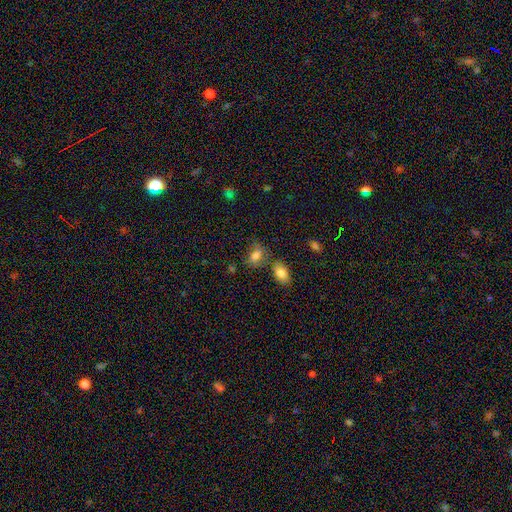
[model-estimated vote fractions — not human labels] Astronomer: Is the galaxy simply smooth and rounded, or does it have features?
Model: smooth — 78%.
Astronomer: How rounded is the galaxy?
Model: in between — 84%.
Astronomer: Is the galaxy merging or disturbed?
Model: none — 55%.